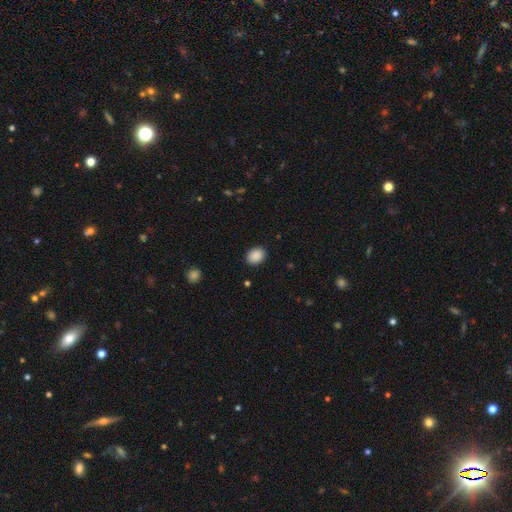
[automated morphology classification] This is clearly a smooth galaxy (89%). How rounded: possibly in between (57%). Merging: clearly none (89%).